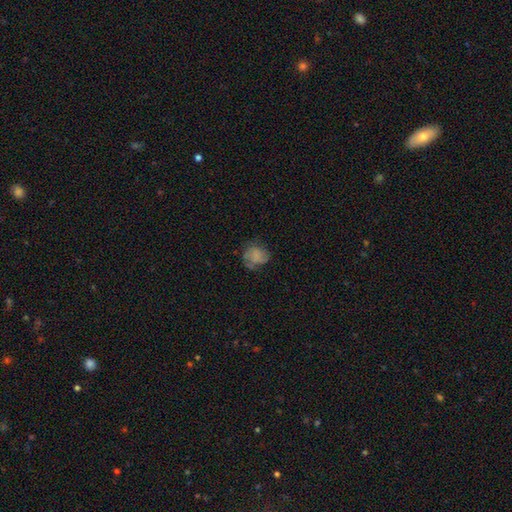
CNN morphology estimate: This appears to be a smooth galaxy with no disk features (57%) that is round (62%). Merging: none (50%).